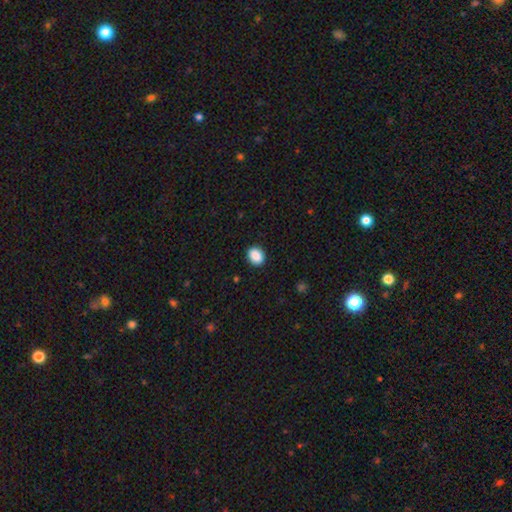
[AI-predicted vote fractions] Smooth or featured? smooth (89%)
How rounded? in between (55%)
Merging? none (91%)